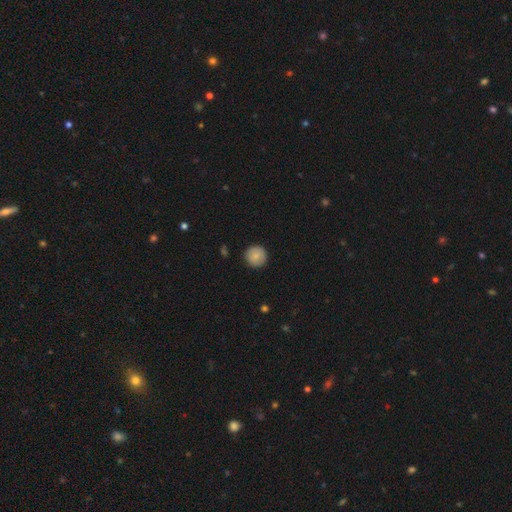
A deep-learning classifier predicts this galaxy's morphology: Overall: smooth (84%). How rounded: round (95%). Merging: none (90%).